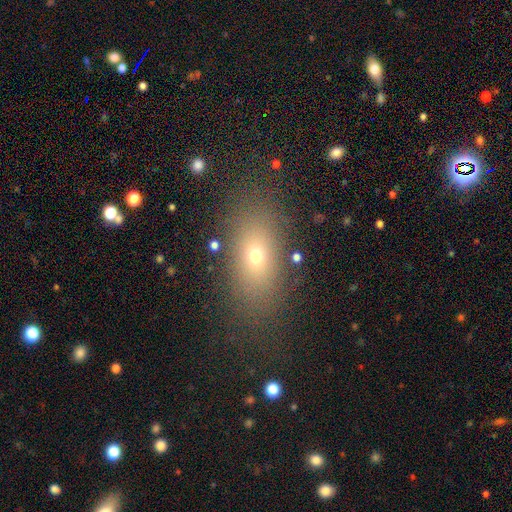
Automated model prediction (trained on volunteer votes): Q: Smooth or featured?
A: smooth (65%); runner-up: star or artifact (18%)
Q: How rounded?
A: in between (77%); runner-up: round (16%)
Q: Merging?
A: none (81%); runner-up: minor disturbance (10%)